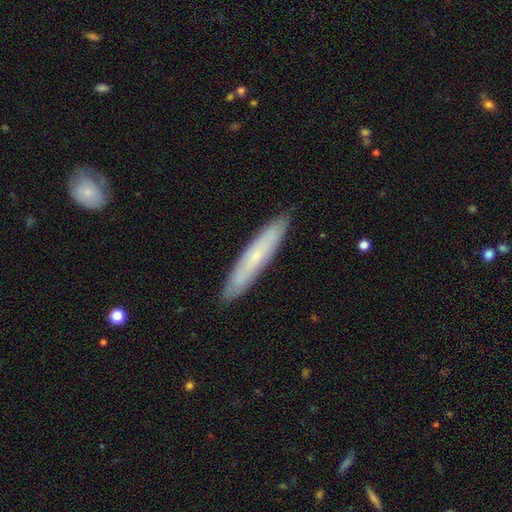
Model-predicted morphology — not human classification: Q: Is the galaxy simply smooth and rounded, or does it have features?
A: smooth — 53%.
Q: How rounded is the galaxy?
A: cigar-shaped — 90%.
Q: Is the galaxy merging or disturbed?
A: none — 89%.